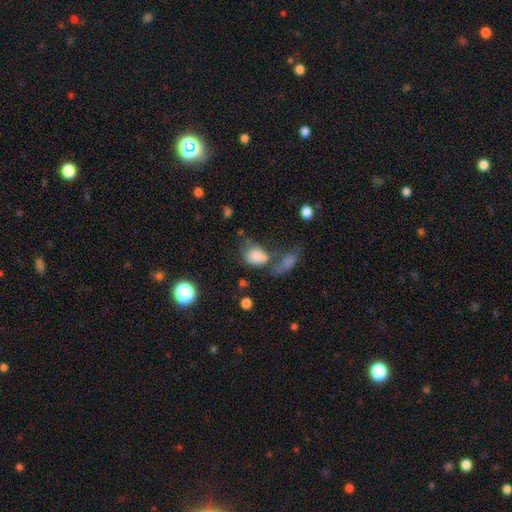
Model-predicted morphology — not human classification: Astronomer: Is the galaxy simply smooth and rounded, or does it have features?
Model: smooth — 75%.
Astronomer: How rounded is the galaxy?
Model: in between — 59% (runner-up: round, 40%).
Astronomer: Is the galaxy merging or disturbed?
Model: merger — 36% (runner-up: none, 28%).